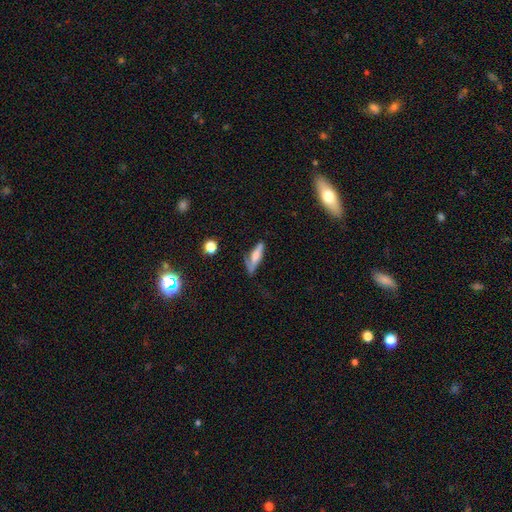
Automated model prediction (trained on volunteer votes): A smooth galaxy with no disk features (61%) that is cigar-shaped (62%).

Vote fractions:
- Smooth or featured? smooth: 61% / featured or disk: 31% / star or artifact: 9%
- How rounded? cigar-shaped: 62% / in between: 35% / round: 3%
- Merging? none: 51% / minor disturbance: 29% / major disturbance: 14% / merger: 6%